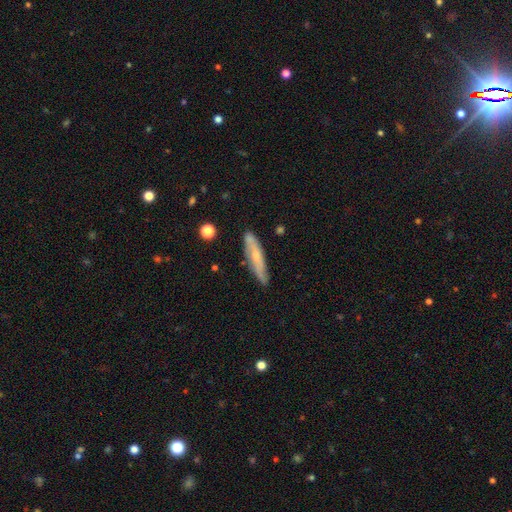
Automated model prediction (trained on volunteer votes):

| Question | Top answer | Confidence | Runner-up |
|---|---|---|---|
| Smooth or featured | smooth | 48% | featured or disk (46%) |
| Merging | none | 78% | minor disturbance (16%) |